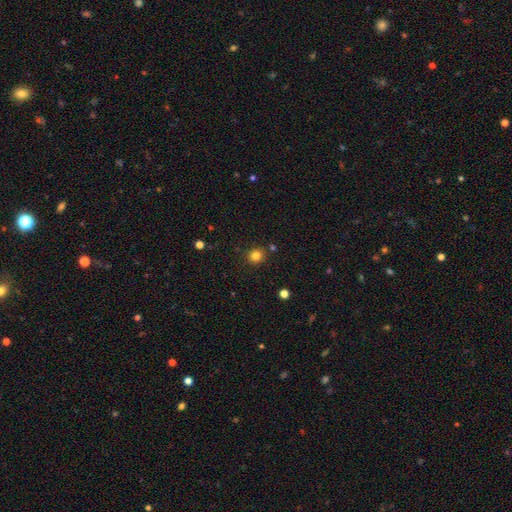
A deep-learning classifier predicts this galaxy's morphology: type=smooth (81%); roundness=round (89%); merging=none (86%).